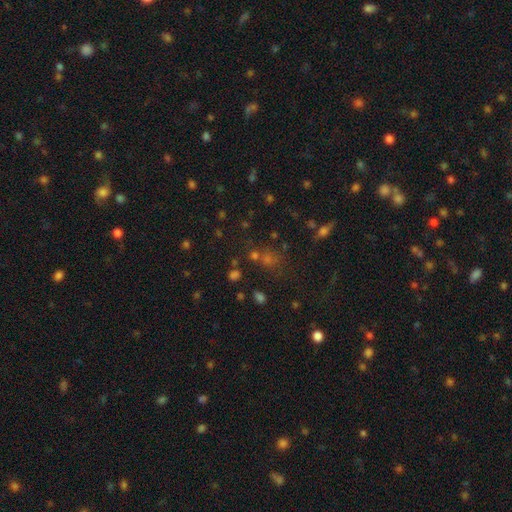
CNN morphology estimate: A star or artifact, not a galaxy (47%).